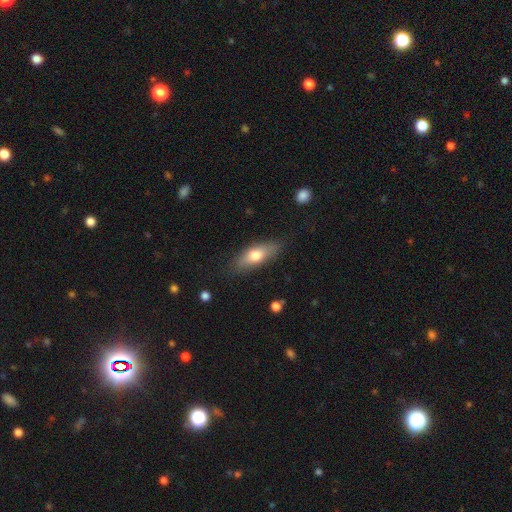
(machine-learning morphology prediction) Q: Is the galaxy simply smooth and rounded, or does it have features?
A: smooth — 69%.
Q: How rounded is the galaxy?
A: in between — 67%.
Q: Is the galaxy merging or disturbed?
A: none — 80%.